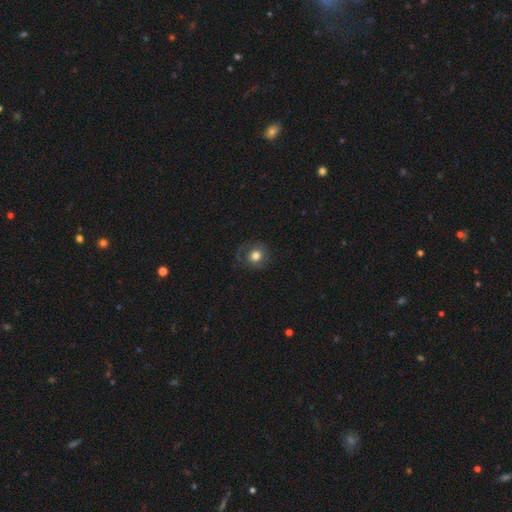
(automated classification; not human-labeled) Overall: smooth (70%). How rounded: round (85%). Merging: none (69%).